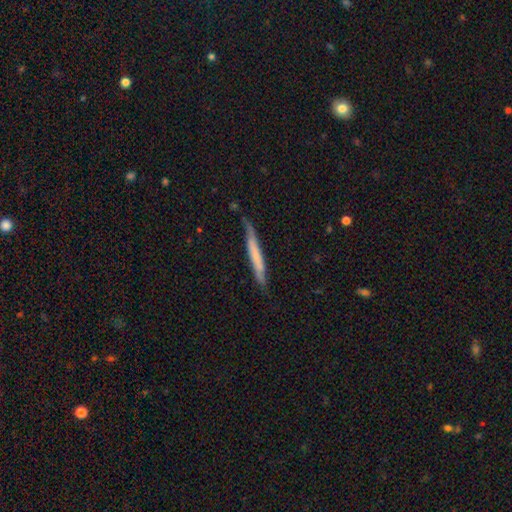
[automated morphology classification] smooth 55%, featured or disk 40%, star or artifact 5%. Down the decision tree: how rounded — cigar-shaped (96%); merging — none (71%).